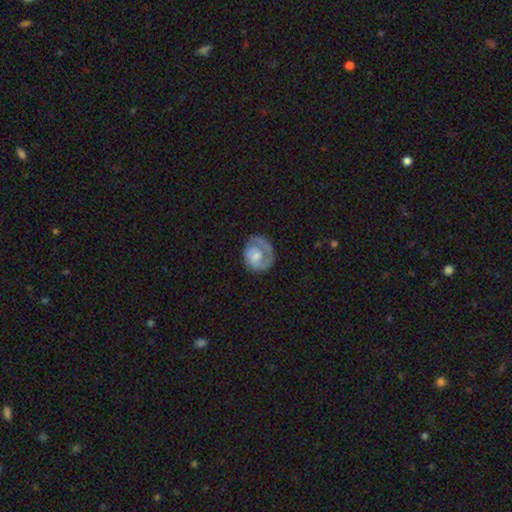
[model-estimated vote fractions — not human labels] Overall: featured or disk (57%; smooth 37%). Edge-on disk: no (98%). Bar: no (72%). Spiral arms: yes (78%). Bulge size: small (40%; moderate 34%). Merging: none (57%; minor disturbance 21%).